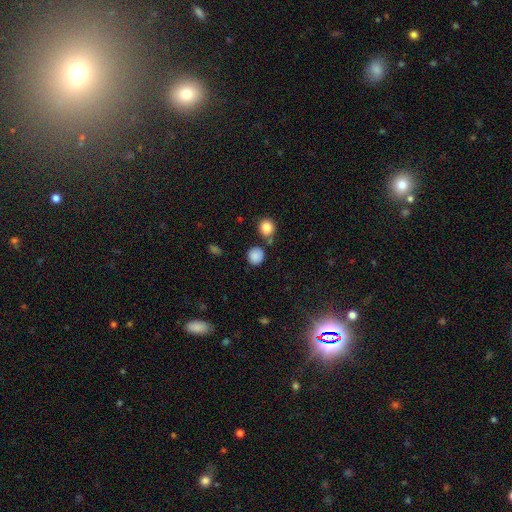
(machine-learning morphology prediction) smooth-or-featured: smooth: 86% | star or artifact: 10% | featured or disk: 4%
  how-rounded: round: 87% | in between: 12% | cigar-shaped: 1%
  merging: none: 76% | minor disturbance: 11% | merger: 10% | major disturbance: 3%